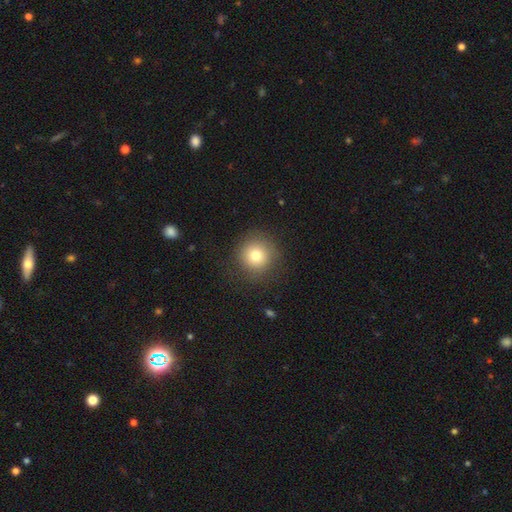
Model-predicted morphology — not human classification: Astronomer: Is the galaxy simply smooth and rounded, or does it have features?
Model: smooth — 78%.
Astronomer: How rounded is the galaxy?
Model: round — 94%.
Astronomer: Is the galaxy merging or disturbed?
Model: none — 85%.